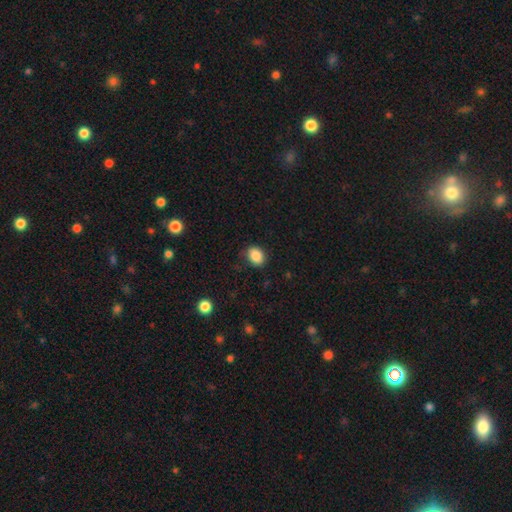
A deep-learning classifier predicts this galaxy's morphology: Smooth or featured?
  - smooth: 87% *
  - star or artifact: 9%
  - featured or disk: 4%
How rounded?
  - in between: 61% *
  - round: 38%
  - cigar-shaped: 1%
Merging?
  - none: 79% *
  - minor disturbance: 16%
  - major disturbance: 3%
  - merger: 1%